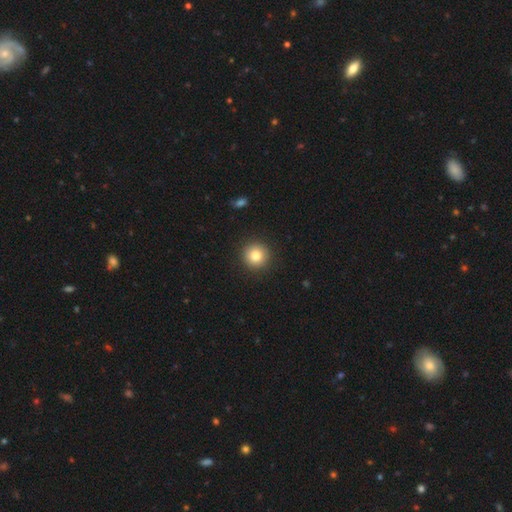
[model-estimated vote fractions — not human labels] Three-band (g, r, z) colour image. It shows a smooth galaxy with no disk features (81%) that is round (95%). Merging: none (92%).